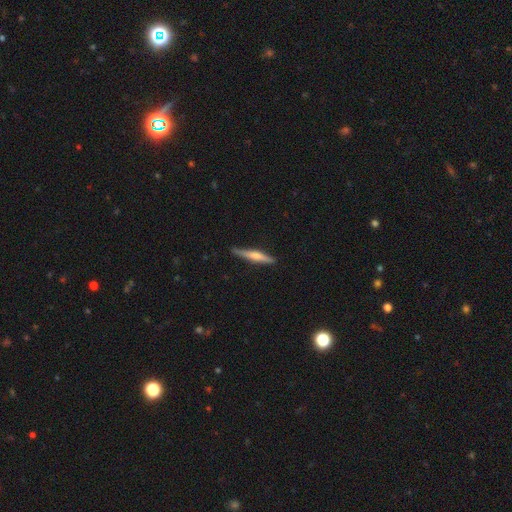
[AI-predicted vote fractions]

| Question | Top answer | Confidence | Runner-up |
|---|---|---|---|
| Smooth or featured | featured or disk | 63% | smooth (32%) |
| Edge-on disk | yes | 97% | no (3%) |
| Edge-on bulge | rounded | 77% | boxy (12%) |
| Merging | none | 89% | minor disturbance (8%) |